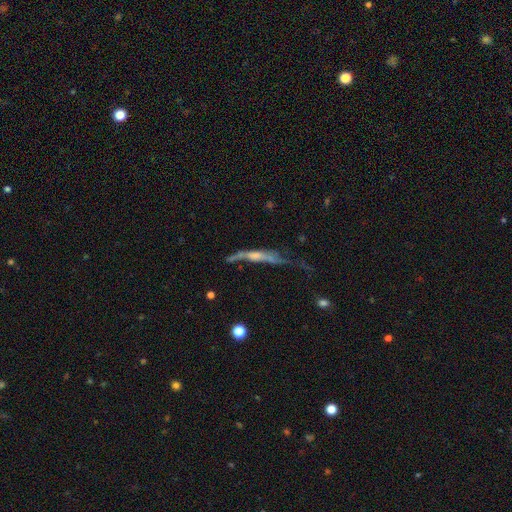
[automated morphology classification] featured or disk 60%, smooth 28%, star or artifact 12%. Down the decision tree: edge-on disk — yes (72%); merging — major disturbance (36%).